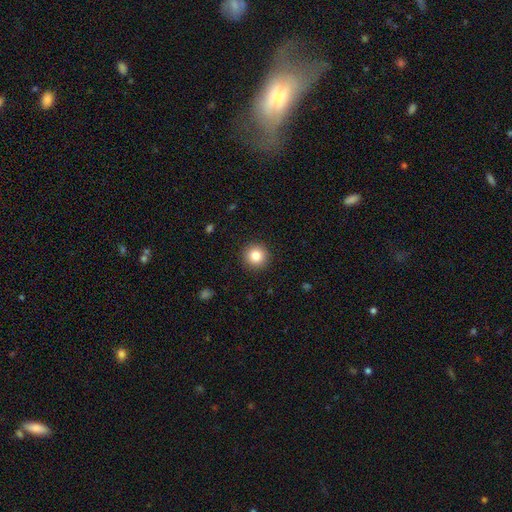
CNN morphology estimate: Smooth or featured? smooth (83%)
How rounded? round (95%)
Merging? none (92%)